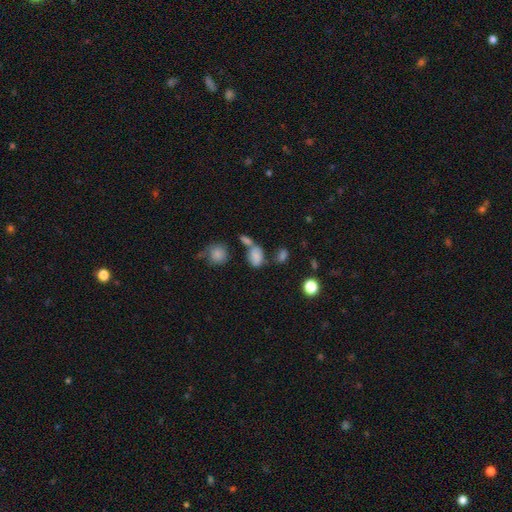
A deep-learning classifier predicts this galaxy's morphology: This is likely a smooth galaxy (77%). How rounded: clearly in between (81%). Merging: marginally none (40%).